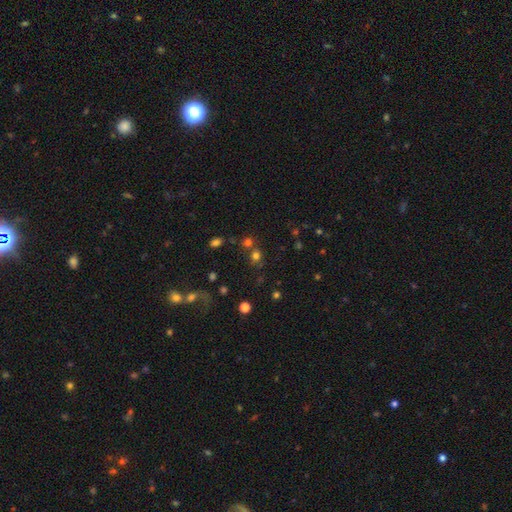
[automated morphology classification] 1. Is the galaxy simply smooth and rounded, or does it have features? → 64% smooth, 28% star or artifact, 9% featured or disk.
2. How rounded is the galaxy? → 83% round, 15% in between, 1% cigar-shaped.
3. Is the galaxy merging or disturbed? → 63% none, 23% merger, 9% minor disturbance, 5% major disturbance.